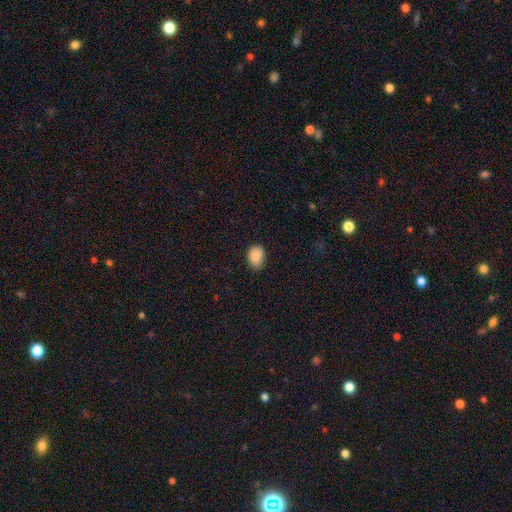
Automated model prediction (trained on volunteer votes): Smooth or featured: smooth — 88% (star or artifact — 8%)
How rounded: in between — 72% (round — 27%)
Merging: none — 74% (minor disturbance — 21%)